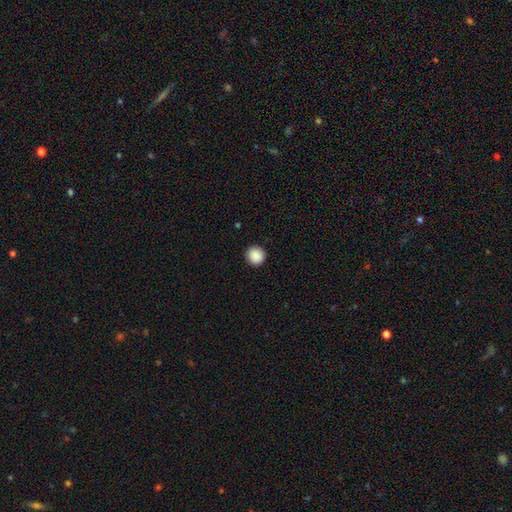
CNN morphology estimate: Smooth or featured: smooth — 89% (star or artifact — 9%)
How rounded: round — 94% (in between — 5%)
Merging: none — 92% (minor disturbance — 5%)